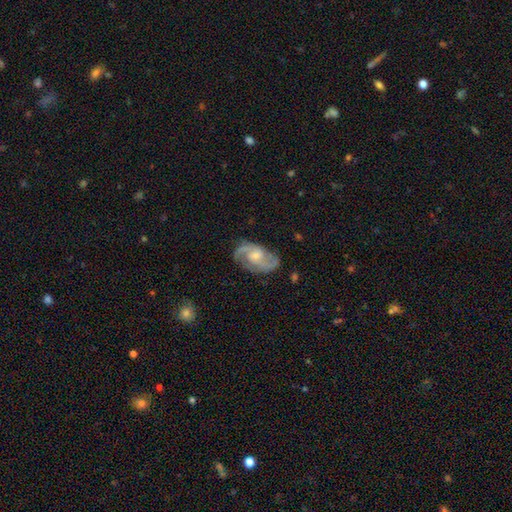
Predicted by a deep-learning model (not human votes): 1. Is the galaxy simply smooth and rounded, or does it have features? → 85% featured or disk, 10% smooth, 5% star or artifact.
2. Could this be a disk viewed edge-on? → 96% no, 4% yes.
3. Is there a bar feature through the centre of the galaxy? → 55% no, 38% weak, 7% strong.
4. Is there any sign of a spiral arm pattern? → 95% yes, 5% no.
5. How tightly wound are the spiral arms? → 54% medium, 27% tight, 19% loose.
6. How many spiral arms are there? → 81% 2, 7% can't tell, 6% 3, 2% 1, 2% 4, 2% more than 4.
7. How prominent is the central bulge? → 45% moderate, 44% small, 6% none, 4% large, 1% dominant.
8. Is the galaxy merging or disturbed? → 74% none, 18% minor disturbance, 7% major disturbance, 1% merger.